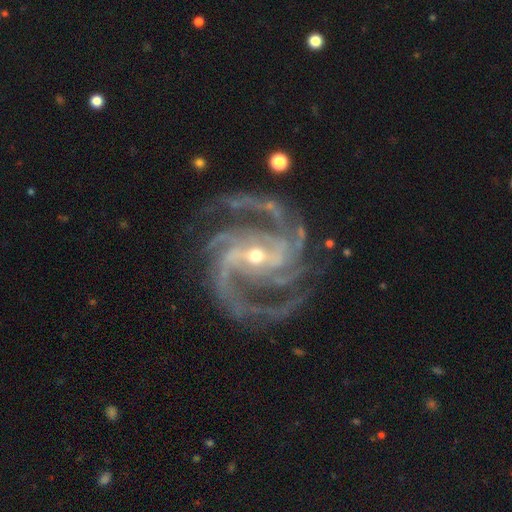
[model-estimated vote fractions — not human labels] smooth-or-featured: featured or disk: 94% | star or artifact: 4% | smooth: 2%
  disk-edge-on: no: 98% | yes: 2%
    bar: strong: 43% | weak: 37% | no: 21%
    has-spiral-arms: yes: 99% | no: 1%
      spiral-winding: medium: 51% | tight: 43% | loose: 6%
      spiral-arm-count: 3: 38% | 4: 25% | 2: 14% | more than 4: 8% | can't tell: 8% | 1: 7%
    bulge-size: small: 60% | moderate: 37% | large: 1% | none: 1% | dominant: 1%
  merging: none: 75% | minor disturbance: 15% | major disturbance: 8% | merger: 1%